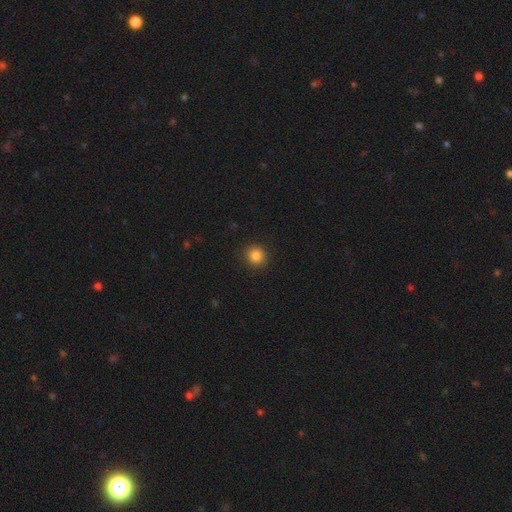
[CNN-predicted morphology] The model was most divided on "smooth or featured": smooth: 84%, star or artifact: 11%, featured or disk: 4%. More confident: how rounded — round (92%); merging — none (91%).